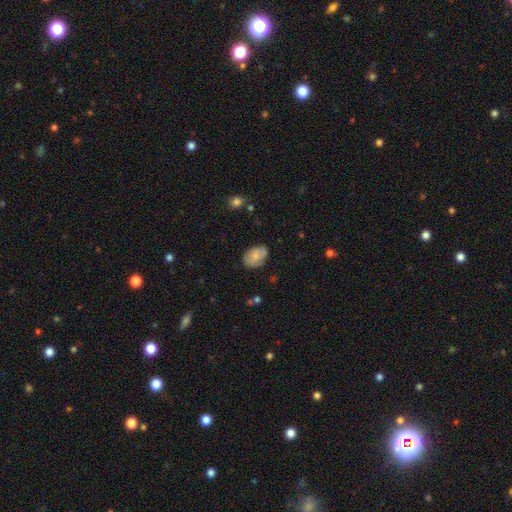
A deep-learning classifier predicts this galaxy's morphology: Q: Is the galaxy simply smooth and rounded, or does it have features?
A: smooth — 72%.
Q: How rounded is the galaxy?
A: in between — 83%.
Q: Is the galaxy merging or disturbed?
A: none — 66%.